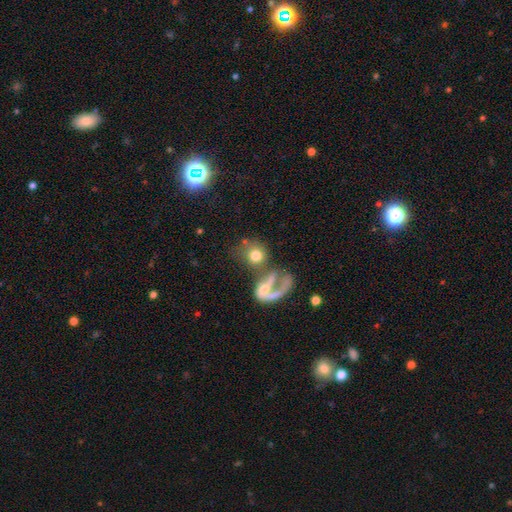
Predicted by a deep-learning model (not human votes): Smooth or featured? Predicted: smooth (p=0.65). How rounded? Predicted: round (p=0.78). Merging? Predicted: merger (p=0.39).